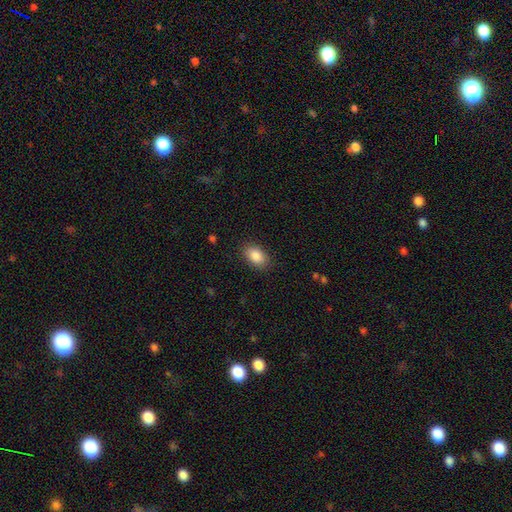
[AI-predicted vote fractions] smooth_or_featured: smooth (p=0.87) [alt: star or artifact p=0.07]
how_rounded: in between (p=0.90) [alt: round p=0.09]
merging: none (p=0.87) [alt: minor disturbance p=0.09]